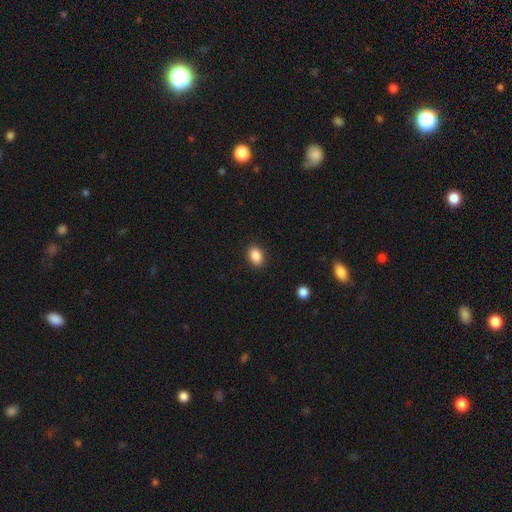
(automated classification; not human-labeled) Overall: smooth (88%). How rounded: in between (84%). Merging: none (90%).